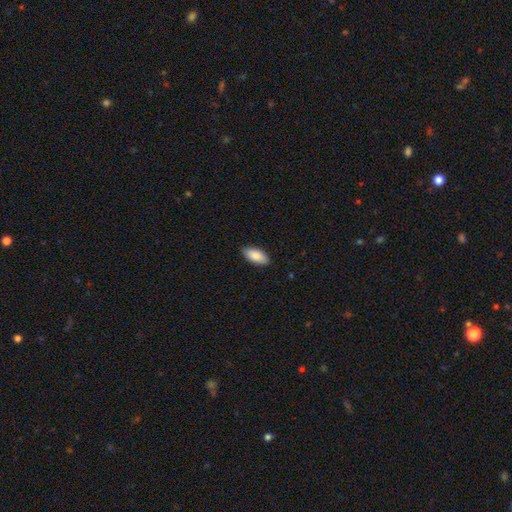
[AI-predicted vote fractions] Smooth or featured?
  - smooth: 86% *
  - featured or disk: 8%
  - star or artifact: 6%
How rounded?
  - in between: 91% *
  - cigar-shaped: 7%
  - round: 2%
Merging?
  - none: 88% *
  - minor disturbance: 10%
  - major disturbance: 2%
  - merger: 1%